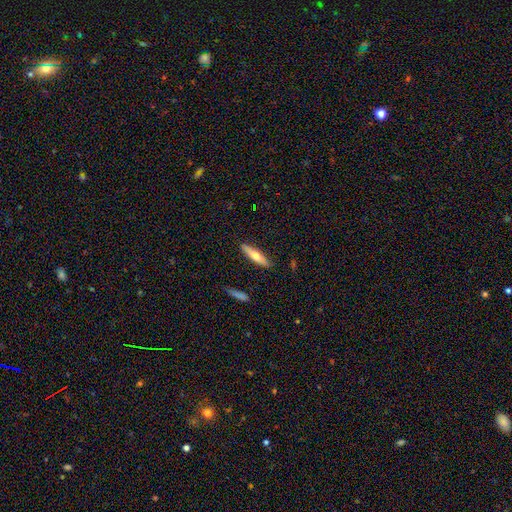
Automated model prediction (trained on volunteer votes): smooth-or-featured: smooth: 58% | featured or disk: 35% | star or artifact: 6%
  how-rounded: cigar-shaped: 74% | in between: 25% | round: 2%
  merging: none: 88% | minor disturbance: 9% | major disturbance: 2% | merger: 2%